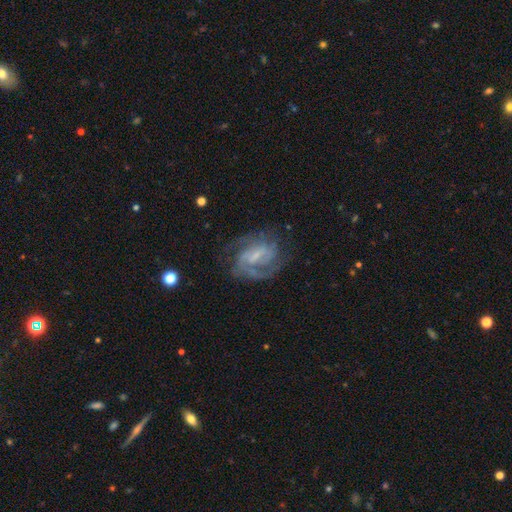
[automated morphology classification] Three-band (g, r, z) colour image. It shows a featured or disk galaxy (84%) with a weak bar (52%), 2 (53%) tight (45%) spiral arms (94%) and a small central bulge (52%). Merging: none (66%).